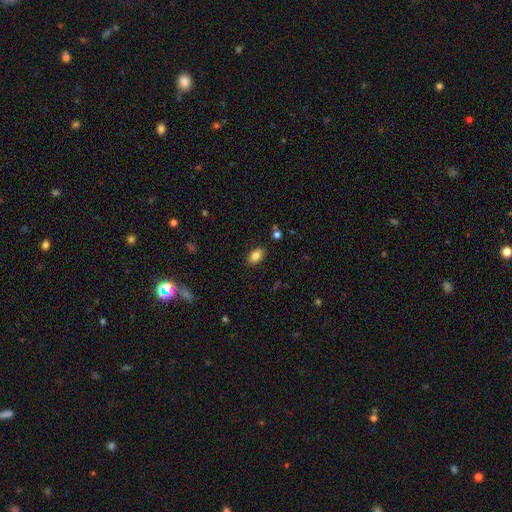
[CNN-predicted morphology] type=smooth (85%); roundness=in between (89%); merging=none (86%).